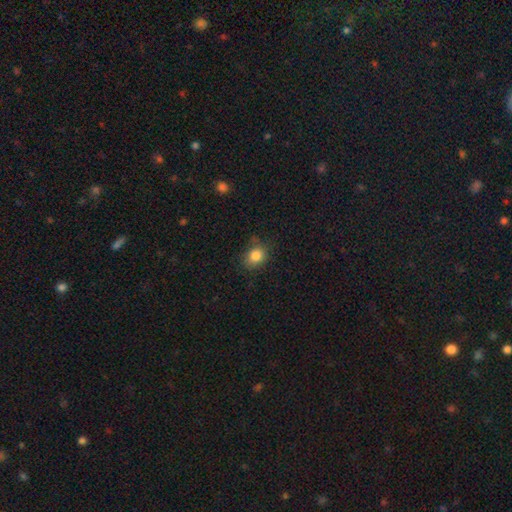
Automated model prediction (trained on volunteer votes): Overall: smooth (83%). How rounded: round (53%; in between 46%). Merging: none (70%).